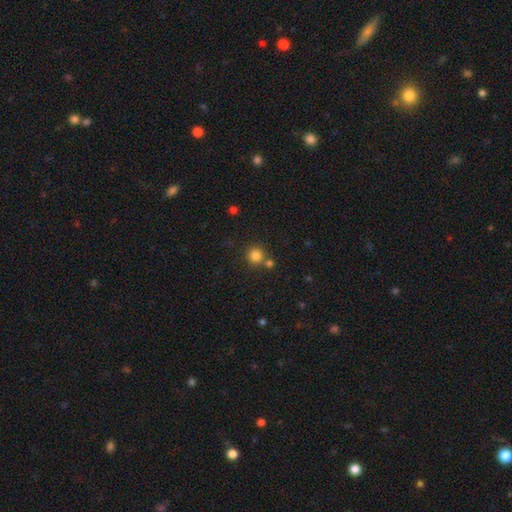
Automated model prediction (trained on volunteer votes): Smooth or featured?
  - smooth: 82% *
  - star or artifact: 13%
  - featured or disk: 5%
How rounded?
  - round: 93% *
  - in between: 6%
  - cigar-shaped: 1%
Merging?
  - none: 73% *
  - merger: 18%
  - minor disturbance: 7%
  - major disturbance: 3%